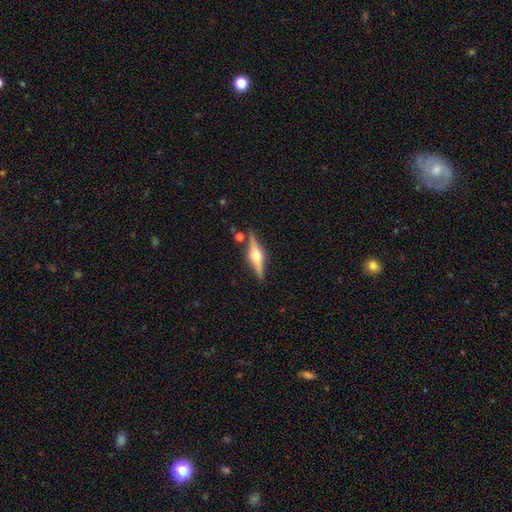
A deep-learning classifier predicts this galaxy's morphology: featured or disk 77%, smooth 17%, star or artifact 6%. Down the decision tree: edge-on disk — yes (97%); edge-on bulge — rounded (95%); merging — none (84%).